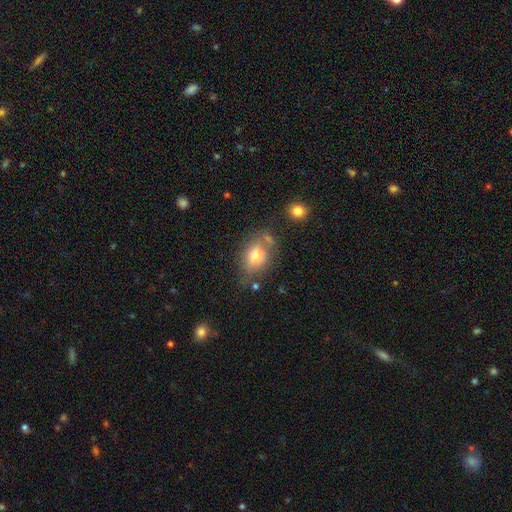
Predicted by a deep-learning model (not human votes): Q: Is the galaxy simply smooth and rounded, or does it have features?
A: smooth — 73%.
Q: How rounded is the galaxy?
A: in between — 68%.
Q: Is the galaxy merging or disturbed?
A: none — 57%.